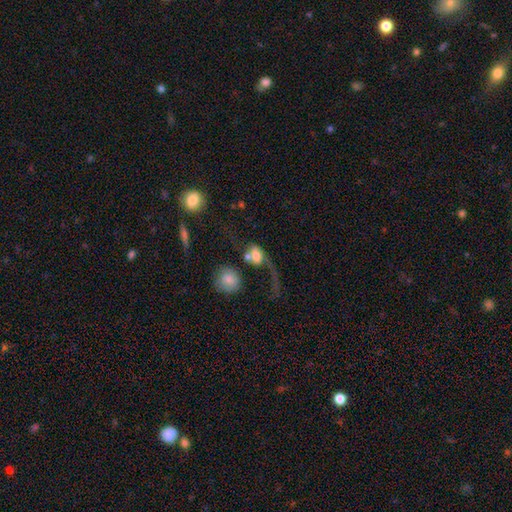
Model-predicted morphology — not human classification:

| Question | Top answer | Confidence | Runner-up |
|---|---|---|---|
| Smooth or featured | smooth | 54% | featured or disk (36%) |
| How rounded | in between | 63% | round (33%) |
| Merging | major disturbance | 40% | merger (30%) |